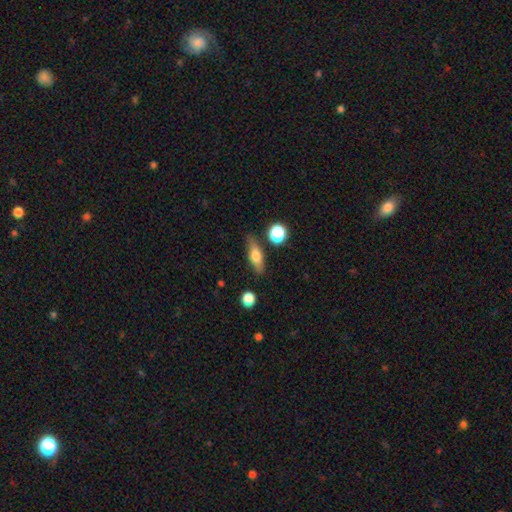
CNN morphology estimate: Overall: smooth (65%; featured or disk 27%). How rounded: in between (54%; cigar-shaped 40%). Merging: none (78%).